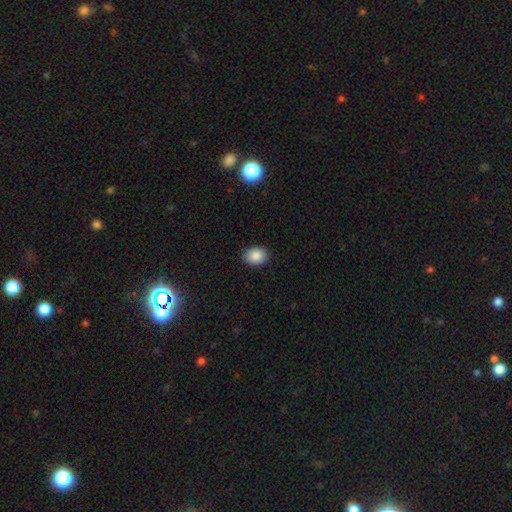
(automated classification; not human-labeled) Overall: smooth (87%). How rounded: in between (60%; round 39%). Merging: none (88%).